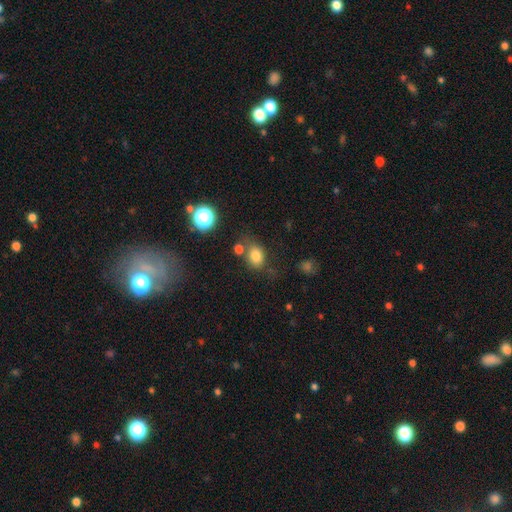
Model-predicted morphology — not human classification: The model was most divided on "how rounded": in between: 60%, round: 39%, cigar-shaped: 1%. More confident: smooth or featured — smooth (79%); merging — none (62%).